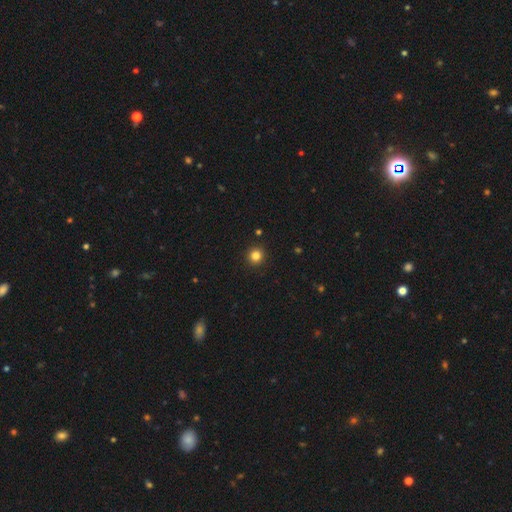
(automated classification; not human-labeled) A smooth galaxy with no disk features (83%) that is round (93%).

Vote fractions:
- Smooth or featured? smooth: 83% / star or artifact: 13% / featured or disk: 5%
- How rounded? round: 93% / in between: 6% / cigar-shaped: 1%
- Merging? none: 92% / minor disturbance: 5% / major disturbance: 2% / merger: 1%